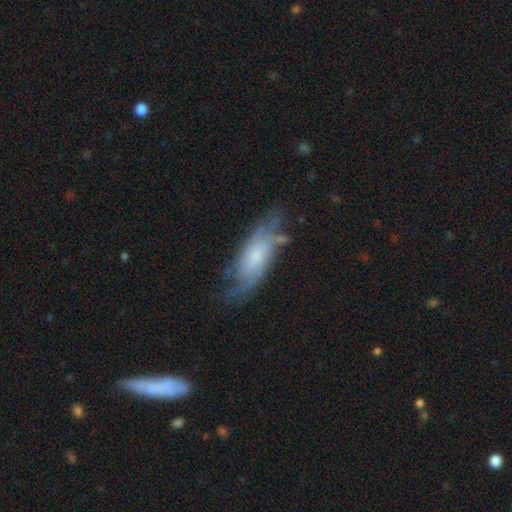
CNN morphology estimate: Overall: featured or disk (71%). Edge-on disk: no (85%). Bar: no (67%). Spiral arms: yes (90%). Spiral arm count: can't tell (40%; 2 34%). Spiral winding: medium (40%; tight 36%). Bulge size: small (50%; moderate 29%). Merging: none (61%; minor disturbance 23%).